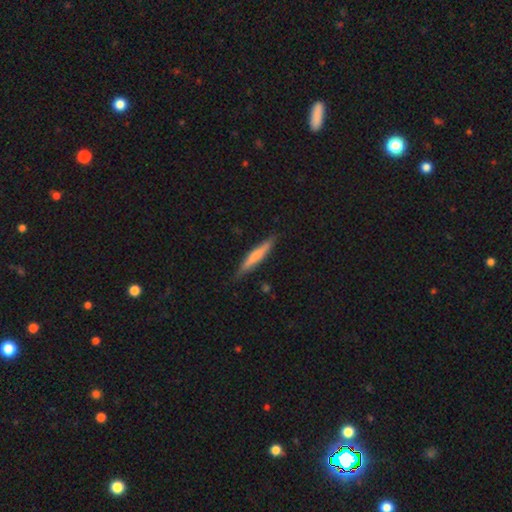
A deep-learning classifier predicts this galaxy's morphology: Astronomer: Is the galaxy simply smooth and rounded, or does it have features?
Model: smooth — 62%.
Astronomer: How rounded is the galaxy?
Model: cigar-shaped — 92%.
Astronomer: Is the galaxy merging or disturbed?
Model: none — 84%.